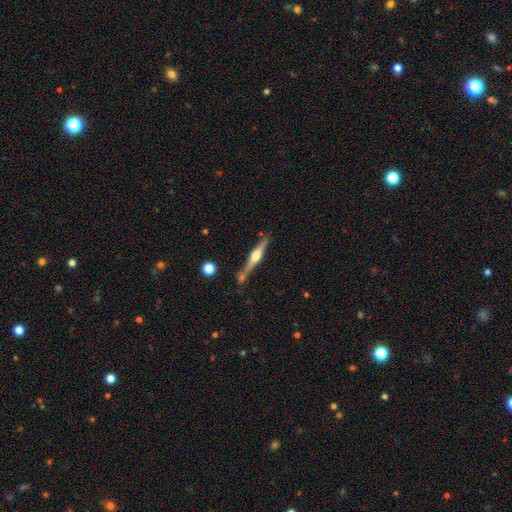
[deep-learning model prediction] smooth-or-featured: featured or disk: 77% | smooth: 17% | star or artifact: 5%
  disk-edge-on: yes: 98% | no: 2%
    edge-on-bulge: rounded: 93% | boxy: 5% | none: 2%
  merging: none: 74% | minor disturbance: 13% | merger: 10% | major disturbance: 3%